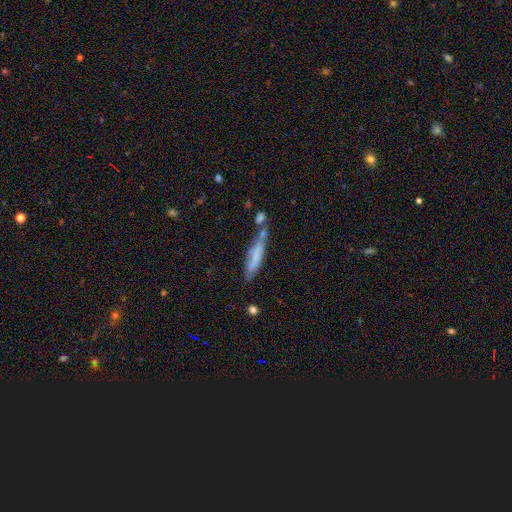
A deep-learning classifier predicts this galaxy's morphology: A smooth galaxy with no disk features (65%) that is cigar-shaped (82%).

Vote fractions:
- Smooth or featured? smooth: 65% / featured or disk: 28% / star or artifact: 8%
- How rounded? cigar-shaped: 82% / in between: 17% / round: 2%
- Merging? none: 45% / minor disturbance: 25% / merger: 20% / major disturbance: 10%